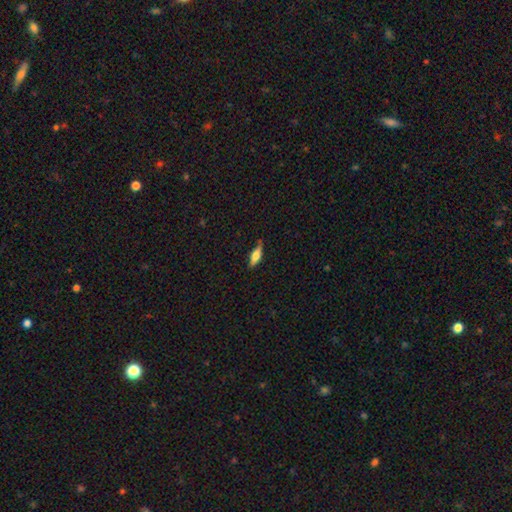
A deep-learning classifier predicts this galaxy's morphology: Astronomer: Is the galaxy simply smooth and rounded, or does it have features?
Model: smooth — 58% (runner-up: featured or disk, 36%).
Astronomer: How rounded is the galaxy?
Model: in between — 58% (runner-up: cigar-shaped, 39%).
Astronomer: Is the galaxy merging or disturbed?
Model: none — 74%.